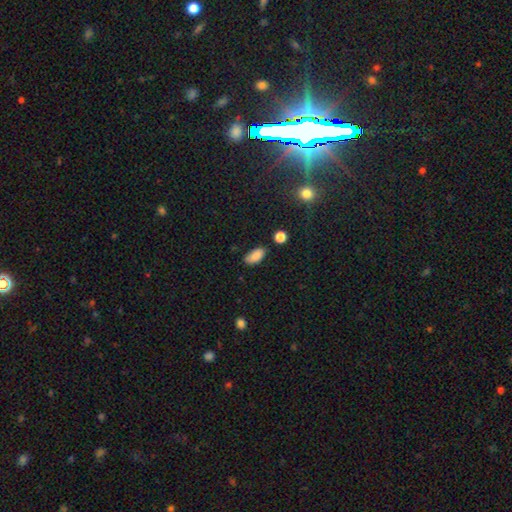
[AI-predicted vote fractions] smooth-or-featured: smooth: 87% | star or artifact: 9% | featured or disk: 4%
  how-rounded: in between: 92% | cigar-shaped: 5% | round: 3%
  merging: none: 75% | minor disturbance: 18% | major disturbance: 4% | merger: 3%